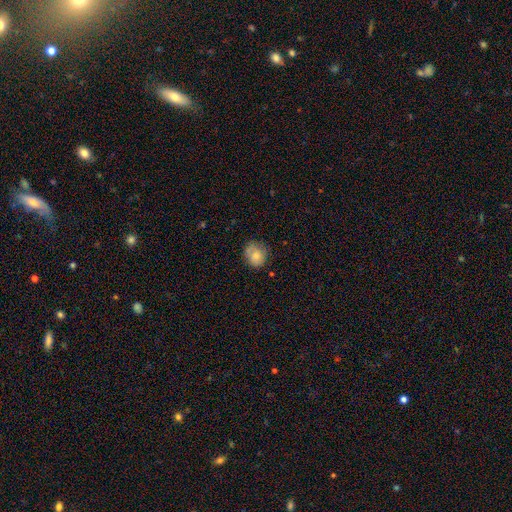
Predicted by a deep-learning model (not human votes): A smooth galaxy with no disk features (71%) that is round (70%). Merging: none (65%).